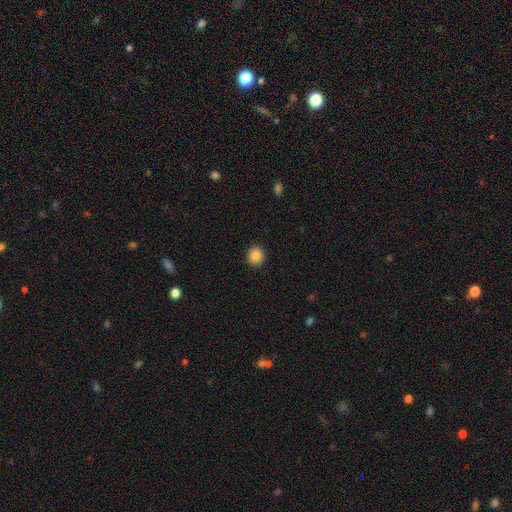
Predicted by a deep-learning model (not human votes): Overall: smooth (86%). How rounded: round (83%). Merging: none (92%).